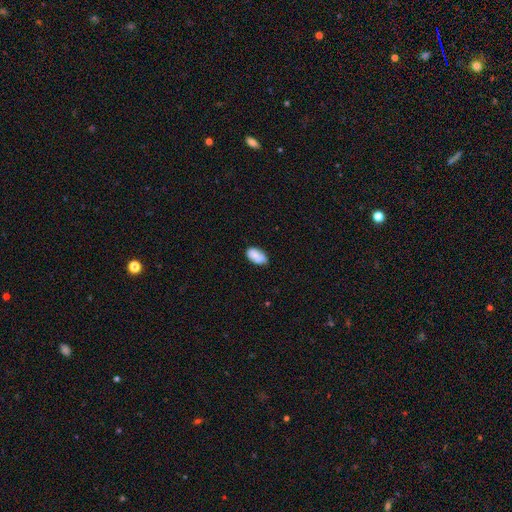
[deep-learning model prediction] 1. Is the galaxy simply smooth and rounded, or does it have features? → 82% smooth, 10% featured or disk, 8% star or artifact.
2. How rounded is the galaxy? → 94% in between, 4% round, 2% cigar-shaped.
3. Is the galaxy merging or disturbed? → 64% none, 28% minor disturbance, 5% major disturbance, 3% merger.